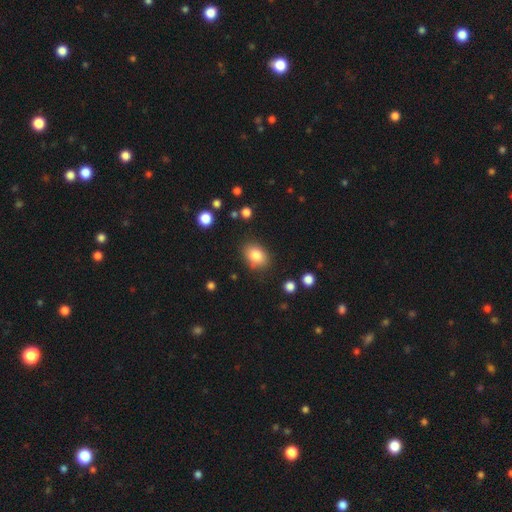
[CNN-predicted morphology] smooth 83%, star or artifact 9%, featured or disk 8%. Down the decision tree: how rounded — in between (67%); merging — none (81%).